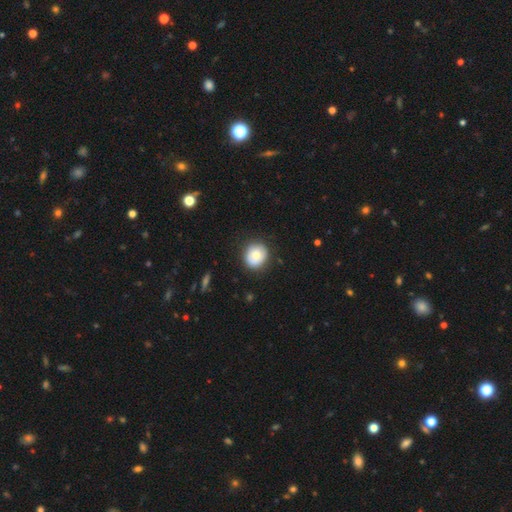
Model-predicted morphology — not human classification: smooth 73%, featured or disk 18%, star or artifact 8%. Down the decision tree: how rounded — round (82%); merging — none (84%).